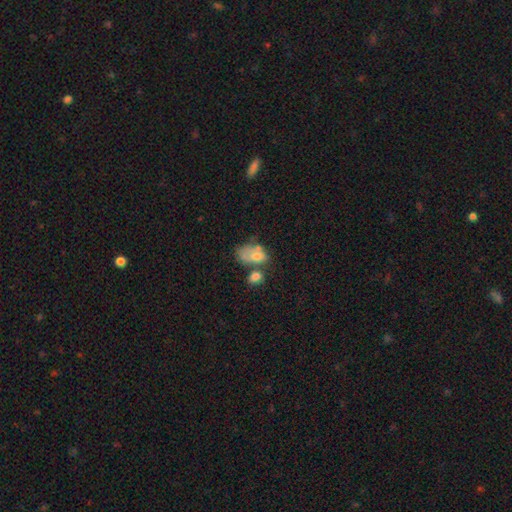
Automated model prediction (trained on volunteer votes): Smooth or featured?
  - smooth: 61% *
  - featured or disk: 27%
  - star or artifact: 12%
How rounded?
  - in between: 84% *
  - round: 14%
  - cigar-shaped: 2%
Merging?
  - merger: 37% *
  - none: 25%
  - minor disturbance: 20%
  - major disturbance: 19%